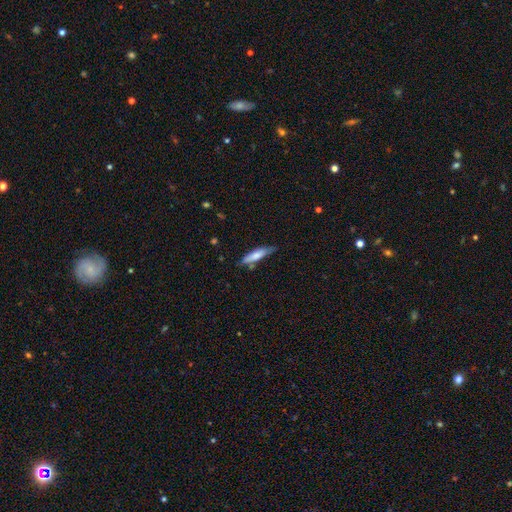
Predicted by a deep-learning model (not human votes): smooth-or-featured: smooth: 68% | featured or disk: 26% | star or artifact: 6%
  how-rounded: cigar-shaped: 76% | in between: 23% | round: 2%
  merging: none: 65% | minor disturbance: 25% | merger: 6% | major disturbance: 5%